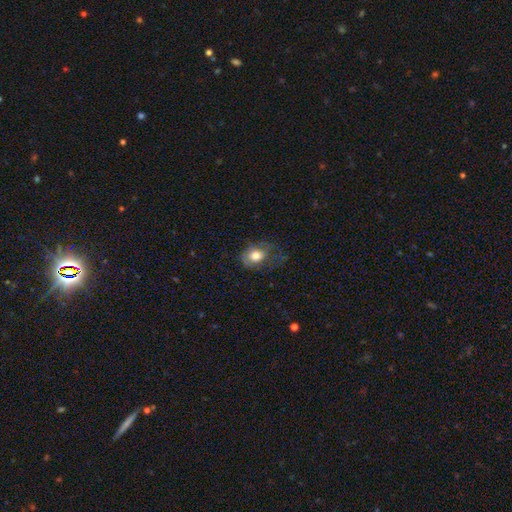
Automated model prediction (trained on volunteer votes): Overall: smooth (70%). How rounded: in between (62%; round 36%). Merging: none (41%; major disturbance 29%).